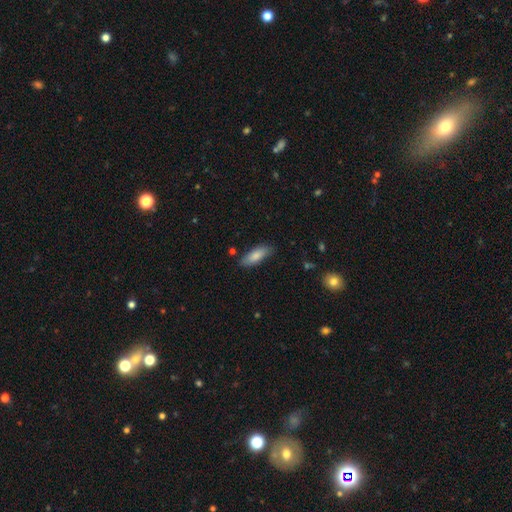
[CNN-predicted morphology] Smooth or featured: smooth — 82% (featured or disk — 11%)
How rounded: in between — 66% (cigar-shaped — 32%)
Merging: none — 80% (minor disturbance — 15%)